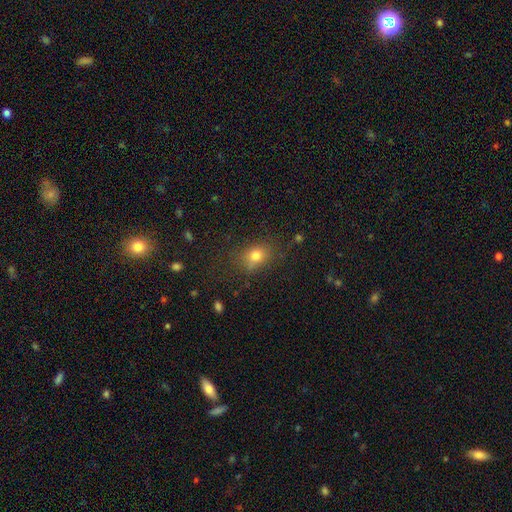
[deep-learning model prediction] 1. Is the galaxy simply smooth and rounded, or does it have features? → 77% smooth, 14% star or artifact, 10% featured or disk.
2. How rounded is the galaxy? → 57% in between, 41% round, 2% cigar-shaped.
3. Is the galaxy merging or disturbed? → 71% none, 19% minor disturbance, 8% major disturbance, 2% merger.